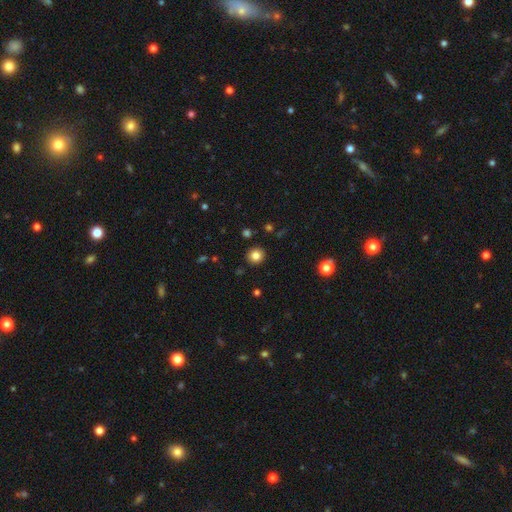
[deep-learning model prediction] A smooth galaxy with no disk features (83%) that is round (92%). Merging: none (92%).